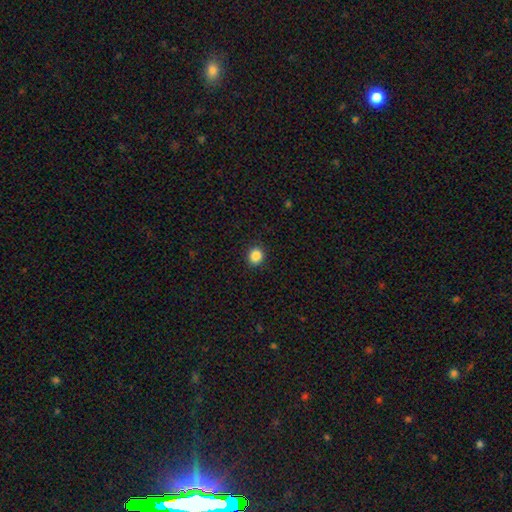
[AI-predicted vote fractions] Q: Smooth or featured?
A: smooth (87%); runner-up: star or artifact (10%)
Q: How rounded?
A: round (80%); runner-up: in between (19%)
Q: Merging?
A: none (91%); runner-up: minor disturbance (6%)